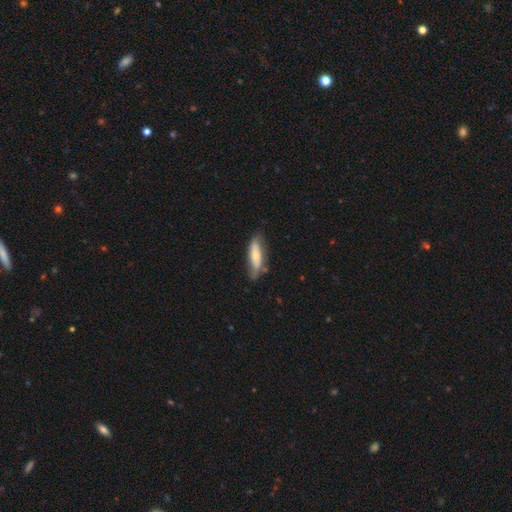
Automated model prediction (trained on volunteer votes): This appears to be a smooth galaxy with no disk features (56%) that is in between round and cigar-shaped (49%). Merging: none (63%).